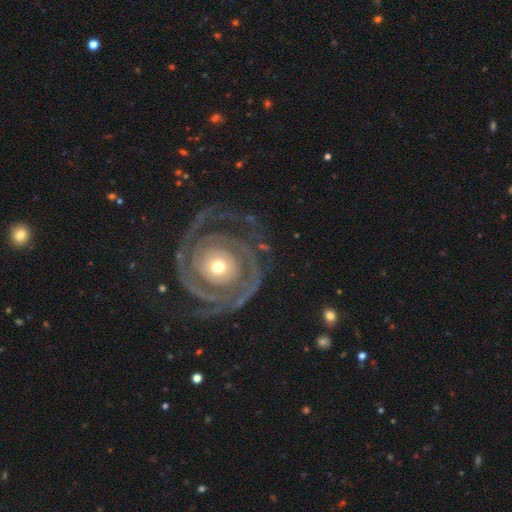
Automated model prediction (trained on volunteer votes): Q: Smooth or featured?
A: featured or disk (87%); runner-up: star or artifact (7%)
Q: Edge-on disk?
A: no (97%); runner-up: yes (3%)
Q: Bar?
A: no (74%); runner-up: weak (15%)
Q: Spiral arms?
A: yes (94%); runner-up: no (6%)
Q: Spiral winding?
A: tight (76%); runner-up: medium (19%)
Q: Spiral arm count?
A: 2 (57%); runner-up: can't tell (13%)
Q: Bulge size?
A: moderate (51%); runner-up: small (41%)
Q: Merging?
A: none (77%); runner-up: minor disturbance (13%)